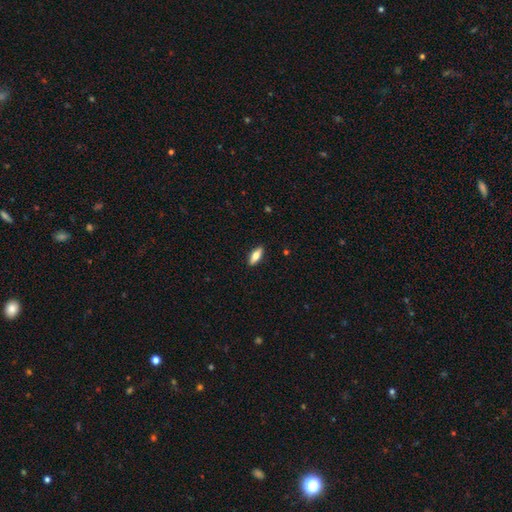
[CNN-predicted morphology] Smooth or featured?
  - smooth: 72% *
  - featured or disk: 22%
  - star or artifact: 6%
How rounded?
  - in between: 71% *
  - cigar-shaped: 27%
  - round: 2%
Merging?
  - none: 89% *
  - minor disturbance: 8%
  - major disturbance: 2%
  - merger: 1%